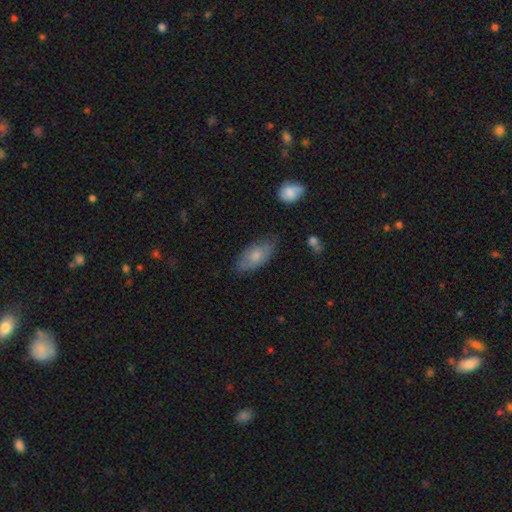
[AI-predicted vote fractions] A smooth galaxy with no disk features (67%) that is in between round and cigar-shaped (90%). Merging: none (68%).